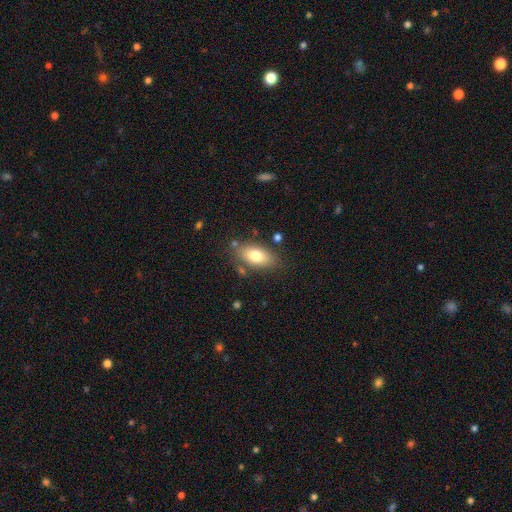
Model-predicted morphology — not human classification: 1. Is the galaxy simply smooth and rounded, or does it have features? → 77% smooth, 16% featured or disk, 8% star or artifact.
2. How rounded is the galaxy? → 88% in between, 6% cigar-shaped, 5% round.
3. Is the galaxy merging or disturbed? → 77% none, 14% minor disturbance, 4% merger, 4% major disturbance.